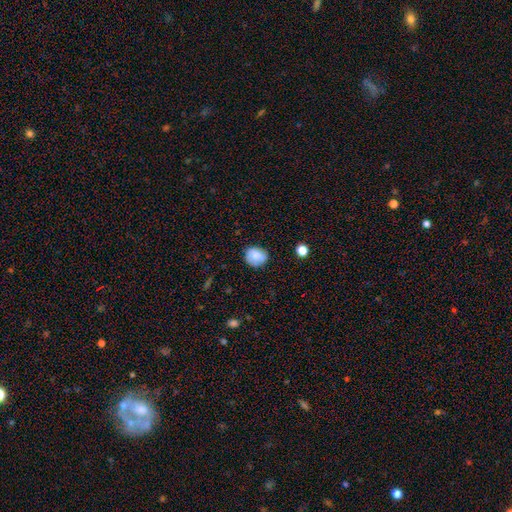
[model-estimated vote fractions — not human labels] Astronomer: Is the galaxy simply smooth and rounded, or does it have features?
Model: smooth — 84%.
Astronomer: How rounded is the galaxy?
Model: round — 67%.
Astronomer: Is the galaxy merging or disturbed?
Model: none — 73%.